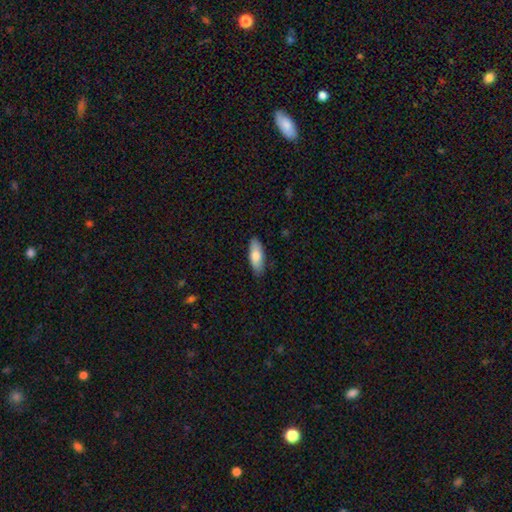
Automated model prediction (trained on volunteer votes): This is likely a smooth galaxy (80%). How rounded: likely in between (73%). Merging: clearly none (86%).